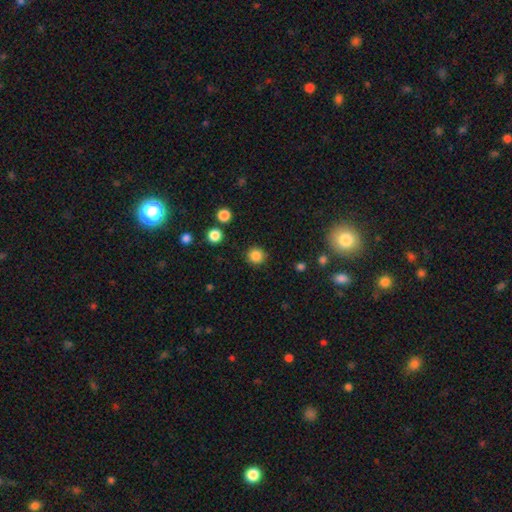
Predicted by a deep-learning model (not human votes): Smooth or featured? smooth (85%)
How rounded? round (93%)
Merging? none (90%)